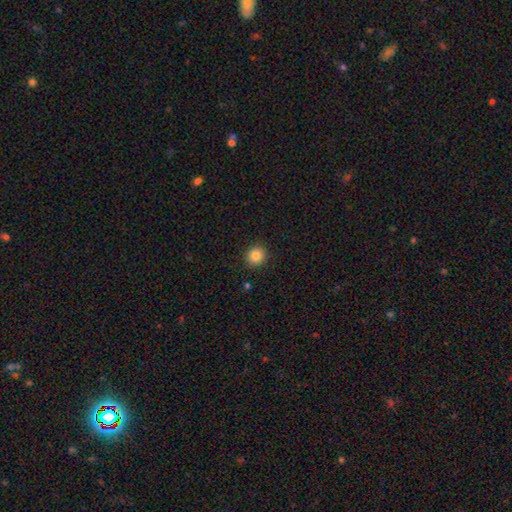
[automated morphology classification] A smooth galaxy with no disk features (85%) that is round (88%). Merging: none (91%).